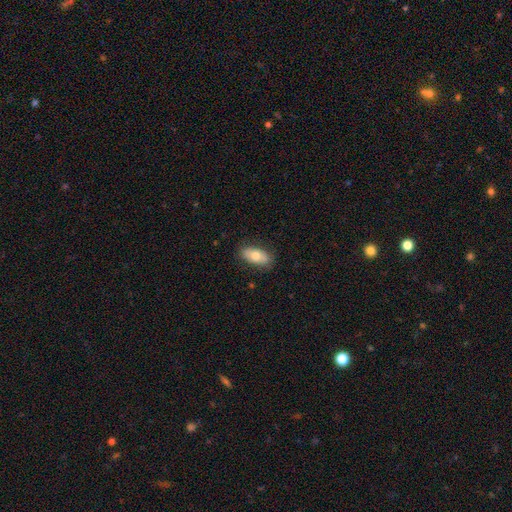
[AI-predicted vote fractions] Smooth or featured: smooth — 74% (featured or disk — 19%)
How rounded: in between — 91% (cigar-shaped — 6%)
Merging: none — 84% (minor disturbance — 12%)